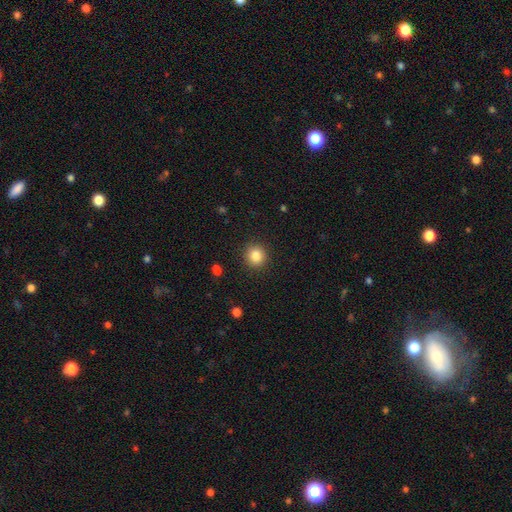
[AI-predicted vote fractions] A smooth galaxy with no disk features (84%) that is round (90%). Merging: none (91%).